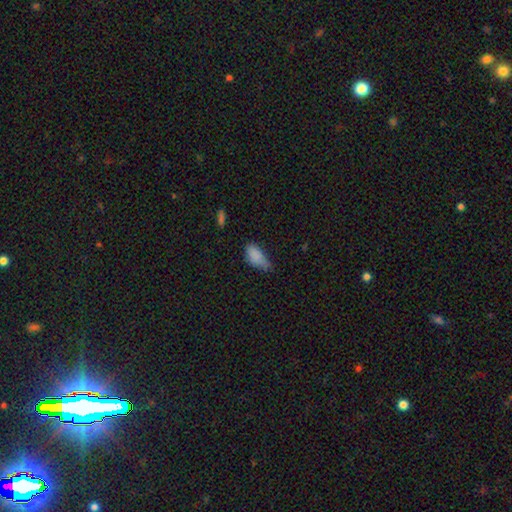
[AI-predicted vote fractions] smooth_or_featured: smooth (p=0.82) [alt: star or artifact p=0.10]
how_rounded: in between (p=0.89) [alt: cigar-shaped p=0.08]
merging: minor disturbance (p=0.46) [alt: none p=0.35]